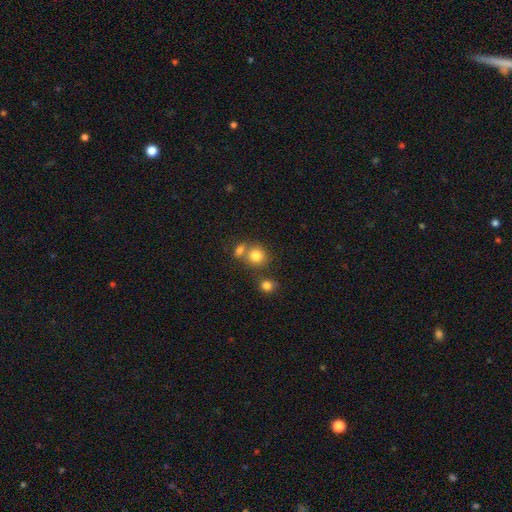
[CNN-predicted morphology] type=smooth (80%); roundness=round (81%); merging=none (53%).